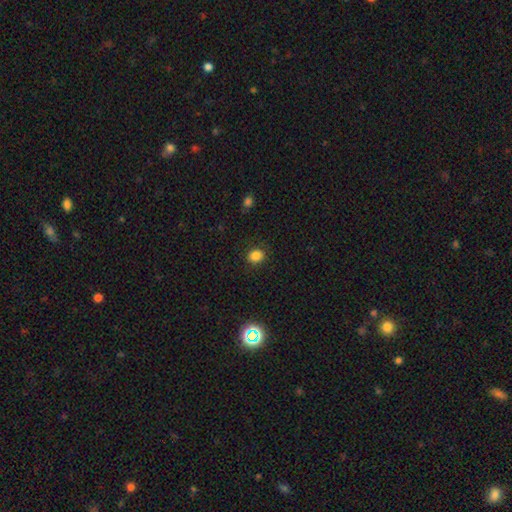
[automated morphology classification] smooth-or-featured: smooth: 83% | star or artifact: 13% | featured or disk: 4%
  how-rounded: round: 71% | in between: 28% | cigar-shaped: 1%
  merging: none: 88% | minor disturbance: 8% | major disturbance: 3% | merger: 1%